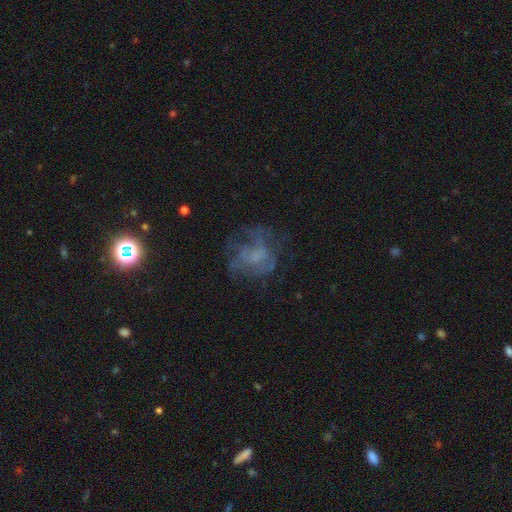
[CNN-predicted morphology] Smooth or featured? featured or disk (53%)
Edge-on disk? no (98%)
Bar? no (78%)
Spiral arms? no (61%)
Bulge size? none (54%)
Merging? none (51%)